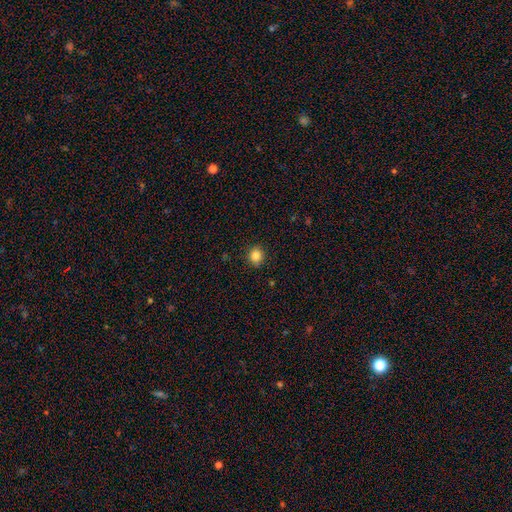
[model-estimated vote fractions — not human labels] smooth 84%, star or artifact 11%, featured or disk 4%. Down the decision tree: how rounded — round (87%); merging — none (91%).